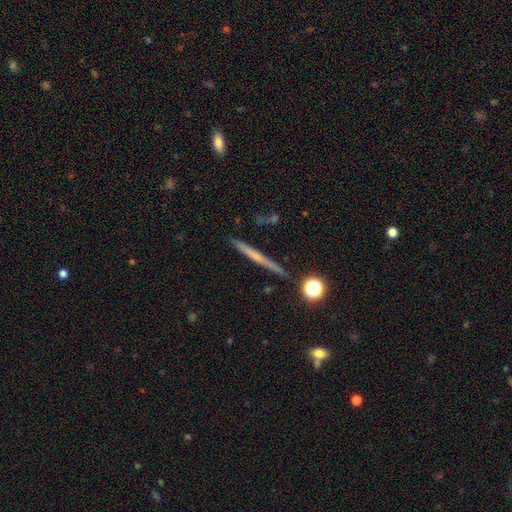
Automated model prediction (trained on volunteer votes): The model was most divided on "smooth or featured": featured or disk: 56%, smooth: 36%, star or artifact: 9%. More confident: edge-on disk — yes (97%); merging — none (90%); edge-on bulge — none (67%).